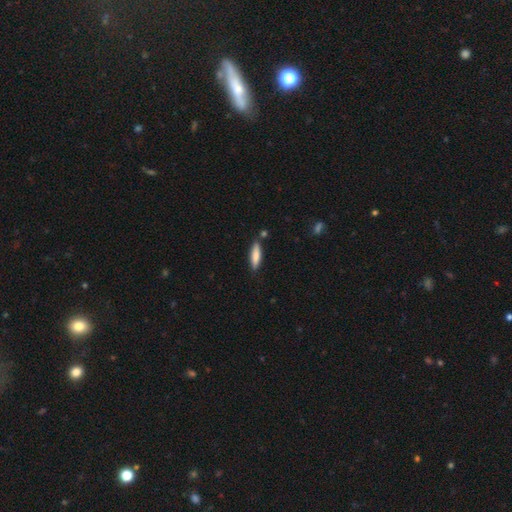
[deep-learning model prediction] Smooth or featured: smooth — 81% (featured or disk — 14%)
How rounded: cigar-shaped — 72% (in between — 27%)
Merging: none — 83% (minor disturbance — 11%)